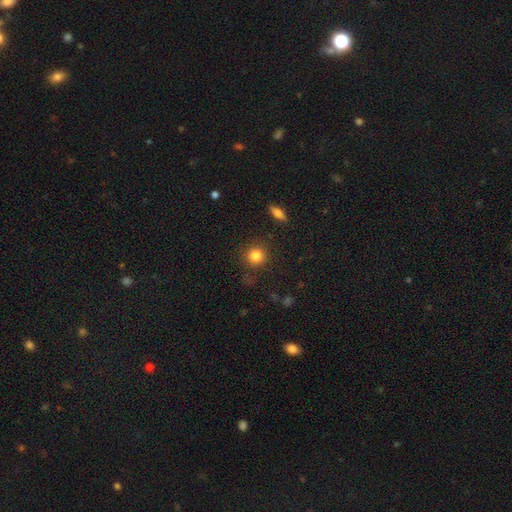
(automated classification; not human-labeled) Morphology: type=smooth (84%); roundness=round (90%); merging=none (85%).